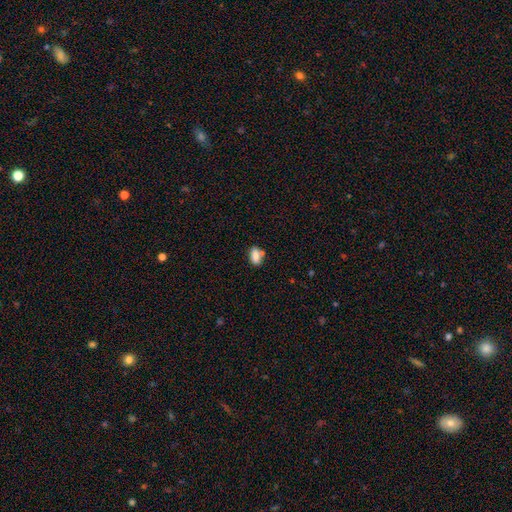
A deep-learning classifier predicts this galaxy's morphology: smooth_or_featured: smooth (p=0.81) [alt: featured or disk p=0.10]
how_rounded: in between (p=0.82) [alt: round p=0.11]
merging: none (p=0.62) [alt: merger p=0.19]